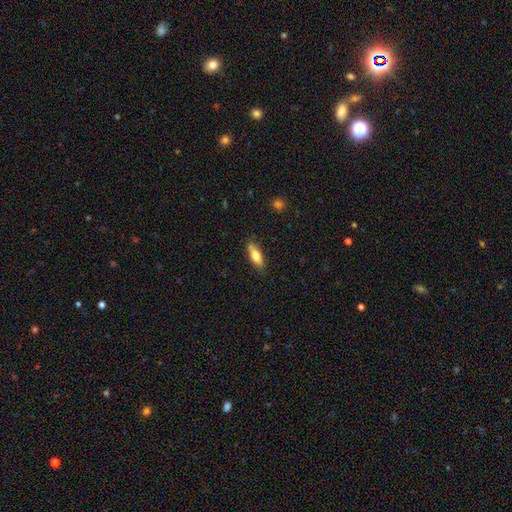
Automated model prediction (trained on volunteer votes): Smooth or featured? Predicted: smooth (p=0.73). How rounded? Predicted: in between (p=0.61). Merging? Predicted: none (p=0.79).